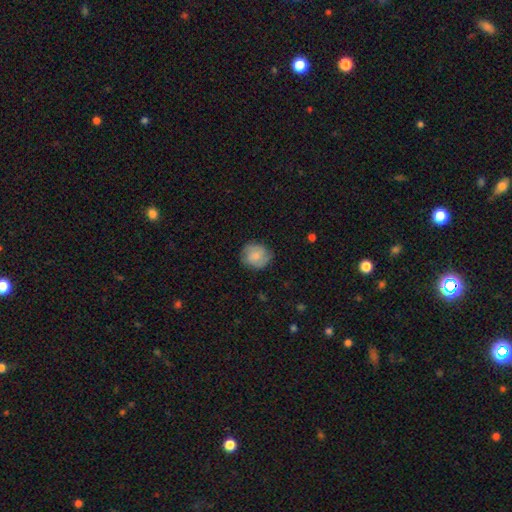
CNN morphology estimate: Smooth or featured: smooth — 74% (featured or disk — 19%)
How rounded: round — 84% (in between — 15%)
Merging: none — 76% (minor disturbance — 18%)